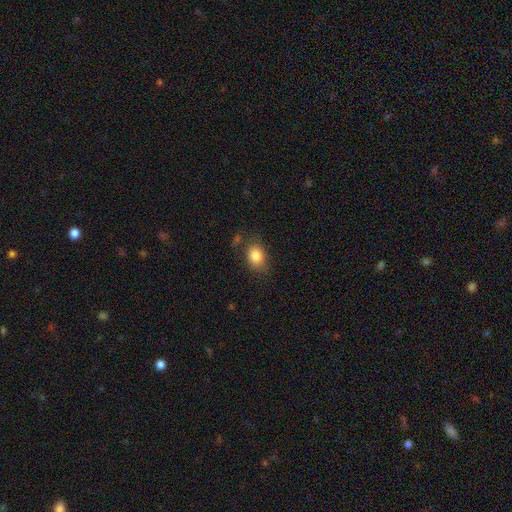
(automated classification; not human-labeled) Overall: smooth (84%). How rounded: in between (66%; round 33%). Merging: none (74%).